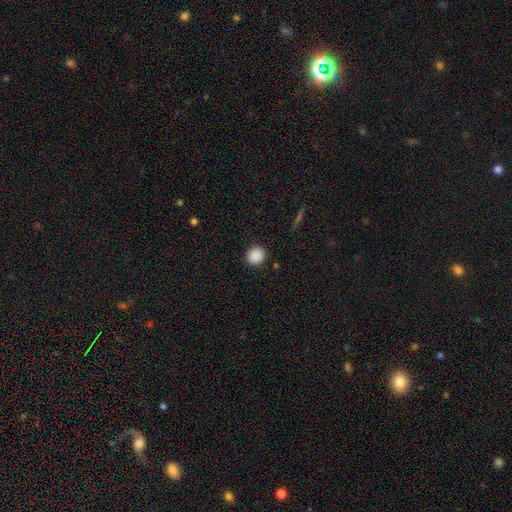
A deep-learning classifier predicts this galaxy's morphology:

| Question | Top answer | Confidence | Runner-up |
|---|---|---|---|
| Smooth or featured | smooth | 89% | star or artifact (9%) |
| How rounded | round | 83% | in between (16%) |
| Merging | none | 90% | minor disturbance (7%) |